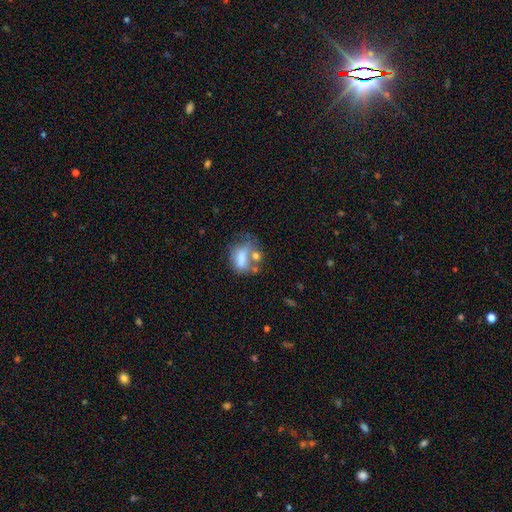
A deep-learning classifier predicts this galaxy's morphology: Q: Smooth or featured?
A: smooth (64%); runner-up: featured or disk (24%)
Q: How rounded?
A: in between (73%); runner-up: round (21%)
Q: Merging?
A: merger (37%); runner-up: none (27%)